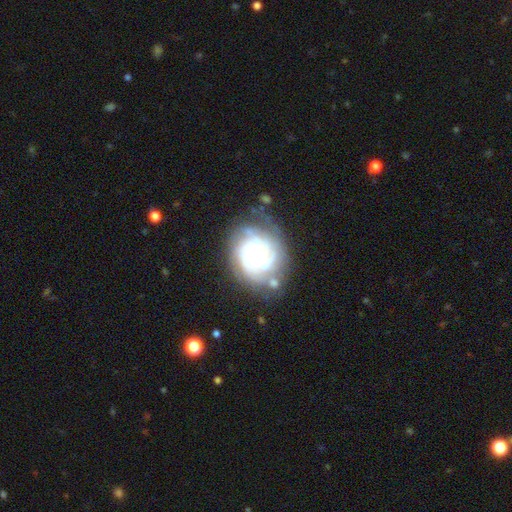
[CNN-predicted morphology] featured or disk 78%, smooth 15%, star or artifact 7%. Down the decision tree: edge-on disk — no (97%); bar — no (71%); spiral arms — yes (91%); spiral arm count — can't tell (37%); spiral winding — tight (63%); bulge size — small (49%); merging — none (63%).